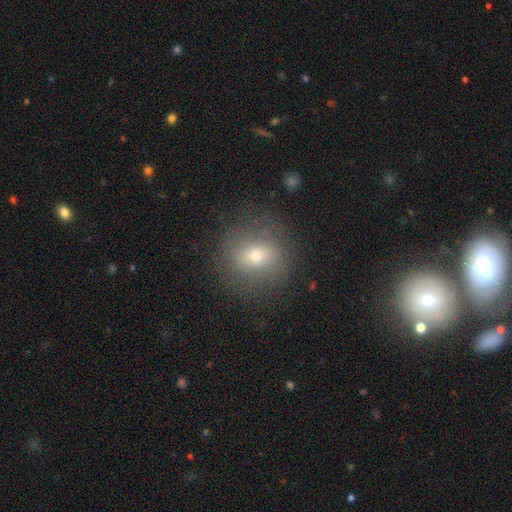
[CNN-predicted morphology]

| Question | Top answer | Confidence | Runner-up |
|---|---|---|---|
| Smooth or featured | smooth | 64% | featured or disk (23%) |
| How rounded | round | 80% | in between (19%) |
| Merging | none | 81% | minor disturbance (12%) |